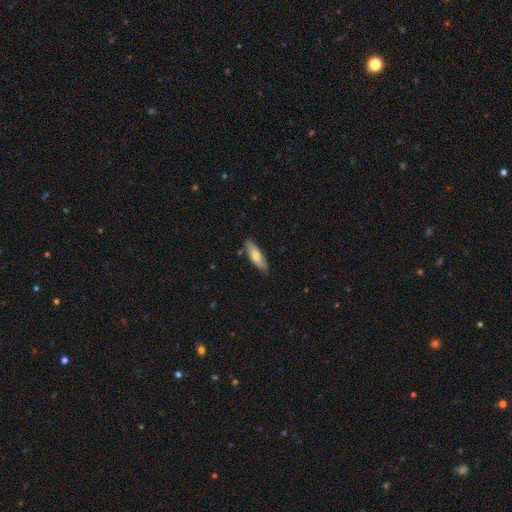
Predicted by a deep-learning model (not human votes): This appears to be a smooth galaxy with no disk features (59%) that is in between round and cigar-shaped (54%). Merging: none (81%).